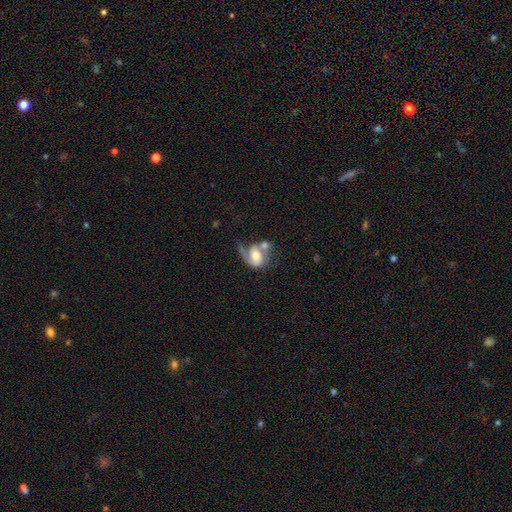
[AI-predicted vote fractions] Q: Smooth or featured?
A: featured or disk (66%); runner-up: smooth (26%)
Q: Edge-on disk?
A: no (97%); runner-up: yes (3%)
Q: Bar?
A: no (51%); runner-up: weak (35%)
Q: Spiral arms?
A: yes (85%); runner-up: no (15%)
Q: Spiral winding?
A: loose (40%); runner-up: medium (39%)
Q: Spiral arm count?
A: 1 (47%); runner-up: 2 (45%)
Q: Bulge size?
A: moderate (56%); runner-up: small (20%)
Q: Merging?
A: merger (38%); runner-up: none (24%)